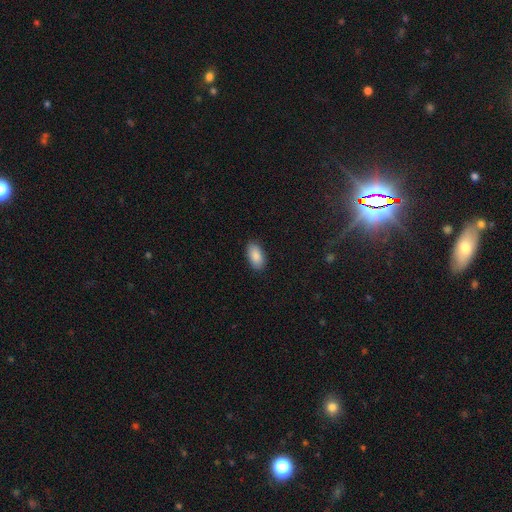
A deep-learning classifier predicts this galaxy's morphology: A smooth galaxy with no disk features (89%) that is in between round and cigar-shaped (93%).

Vote fractions:
- Smooth or featured? smooth: 89% / star or artifact: 6% / featured or disk: 5%
- How rounded? in between: 93% / cigar-shaped: 4% / round: 3%
- Merging? none: 89% / minor disturbance: 9% / major disturbance: 2% / merger: 1%